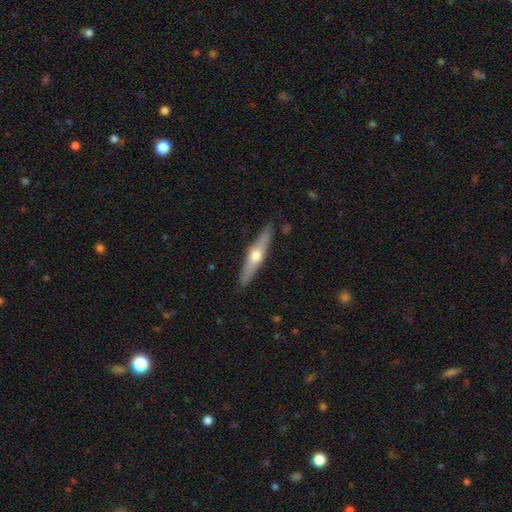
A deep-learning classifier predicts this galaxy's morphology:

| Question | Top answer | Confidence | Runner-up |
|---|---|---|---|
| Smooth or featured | featured or disk | 61% | smooth (34%) |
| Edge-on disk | yes | 94% | no (6%) |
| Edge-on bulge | rounded | 94% | none (4%) |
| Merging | none | 88% | minor disturbance (9%) |